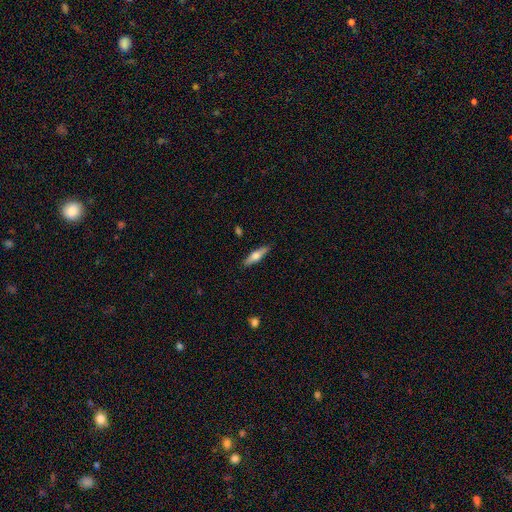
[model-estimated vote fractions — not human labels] smooth 53%, featured or disk 41%, star or artifact 6%. Down the decision tree: how rounded — cigar-shaped (69%); merging — none (89%).